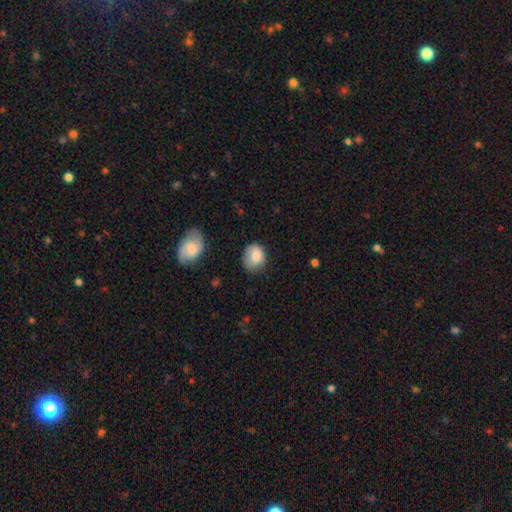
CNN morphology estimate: The model was most divided on "how rounded": round: 61%, in between: 38%, cigar-shaped: 1%. More confident: smooth or featured — smooth (84%); merging — none (64%).